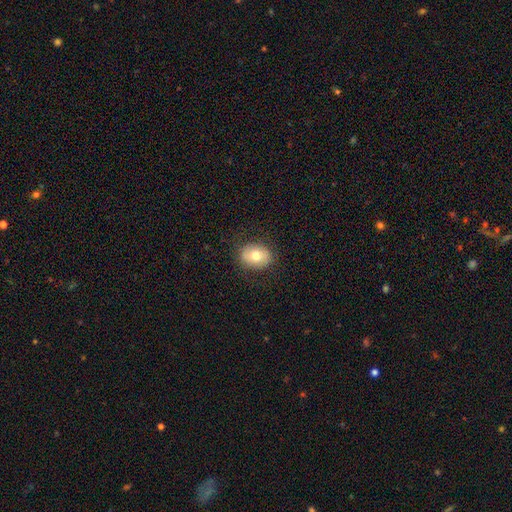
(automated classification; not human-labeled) This is likely a smooth galaxy (71%). How rounded: possibly round (53%). Merging: clearly none (84%).